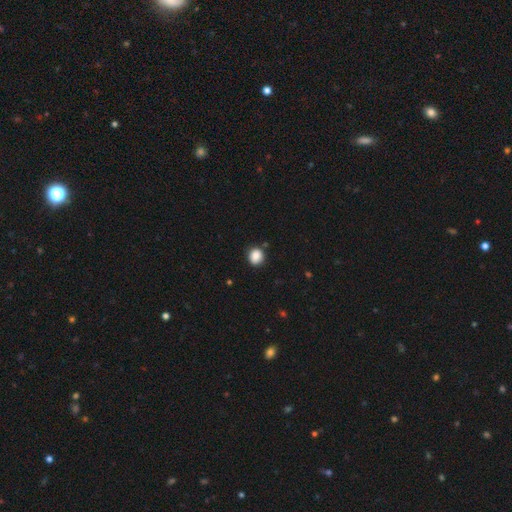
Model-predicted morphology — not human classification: smooth_or_featured: smooth (p=0.86) [alt: star or artifact p=0.09]
how_rounded: round (p=0.80) [alt: in between p=0.19]
merging: none (p=0.85) [alt: minor disturbance p=0.10]